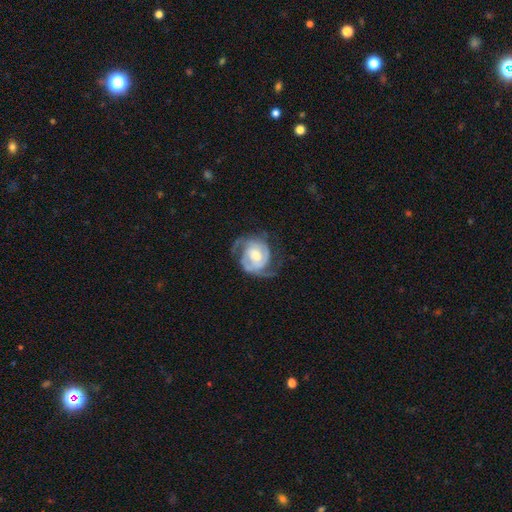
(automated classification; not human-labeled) Smooth or featured: featured or disk — 85% (smooth — 10%)
Edge-on disk: no — 98% (yes — 2%)
Bar: no — 46% (weak — 43%)
Spiral arms: yes — 96% (no — 4%)
Spiral winding: tight — 49% (medium — 40%)
Spiral arm count: 2 — 68% (3 — 12%)
Bulge size: moderate — 52% (small — 22%)
Merging: none — 61% (minor disturbance — 21%)